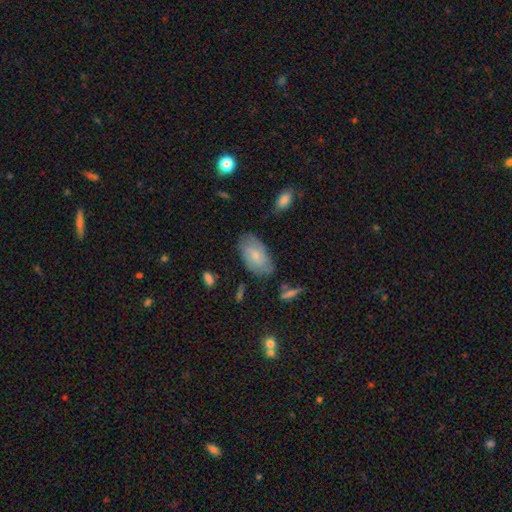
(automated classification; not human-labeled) Smooth or featured?
  - smooth: 53% *
  - featured or disk: 40%
  - star or artifact: 8%
How rounded?
  - in between: 93% *
  - round: 5%
  - cigar-shaped: 3%
Merging?
  - none: 72% *
  - minor disturbance: 20%
  - major disturbance: 5%
  - merger: 3%